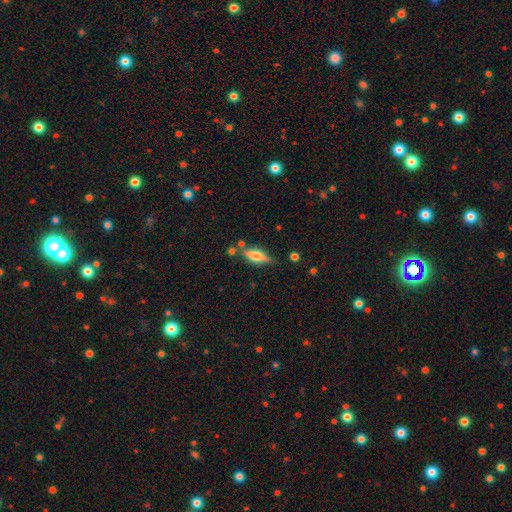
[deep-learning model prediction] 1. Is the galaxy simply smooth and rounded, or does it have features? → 54% smooth, 38% featured or disk, 8% star or artifact.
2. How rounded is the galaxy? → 59% in between, 38% cigar-shaped, 3% round.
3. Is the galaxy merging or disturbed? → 71% none, 16% minor disturbance, 9% merger, 4% major disturbance.